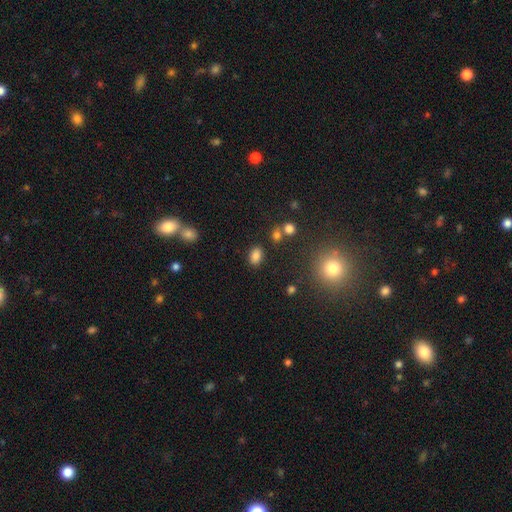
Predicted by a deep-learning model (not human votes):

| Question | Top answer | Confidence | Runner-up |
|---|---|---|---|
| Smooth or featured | smooth | 82% | star or artifact (12%) |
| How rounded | in between | 80% | round (19%) |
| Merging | none | 81% | minor disturbance (11%) |